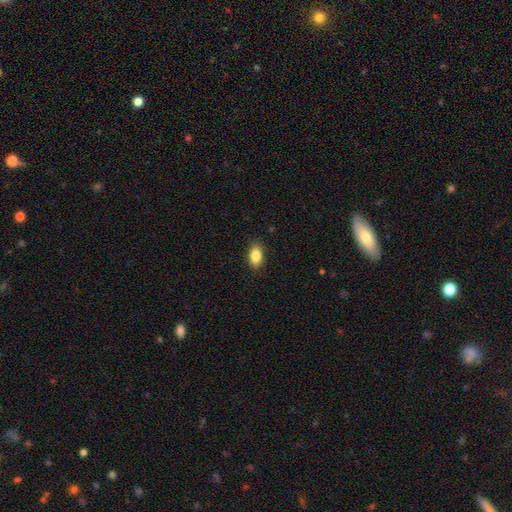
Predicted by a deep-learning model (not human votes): Q: Smooth or featured?
A: smooth (86%); runner-up: star or artifact (7%)
Q: How rounded?
A: in between (90%); runner-up: round (6%)
Q: Merging?
A: none (88%); runner-up: minor disturbance (9%)